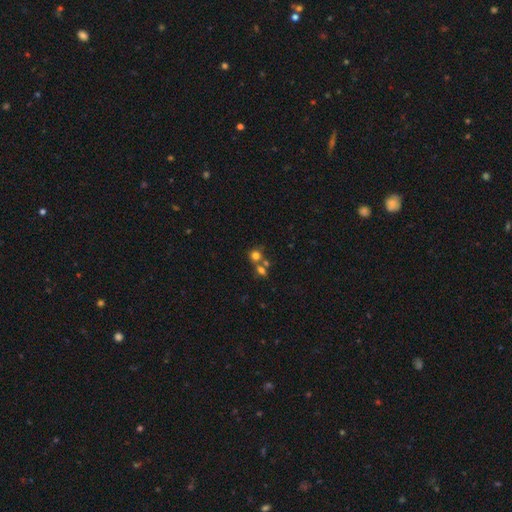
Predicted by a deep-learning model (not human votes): A smooth galaxy with no disk features (72%) that is round (81%).

Vote fractions:
- Smooth or featured? smooth: 72% / star or artifact: 15% / featured or disk: 13%
- How rounded? round: 81% / in between: 18% / cigar-shaped: 1%
- Merging? none: 44% (tied) / merger: 44% (tied) / minor disturbance: 8% / major disturbance: 5%